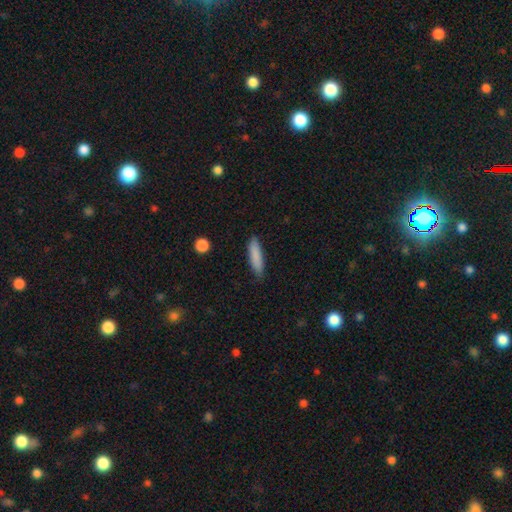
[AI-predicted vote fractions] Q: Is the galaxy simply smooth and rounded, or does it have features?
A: smooth — 85%.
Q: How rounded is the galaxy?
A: cigar-shaped — 74%.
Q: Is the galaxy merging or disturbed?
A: none — 85%.